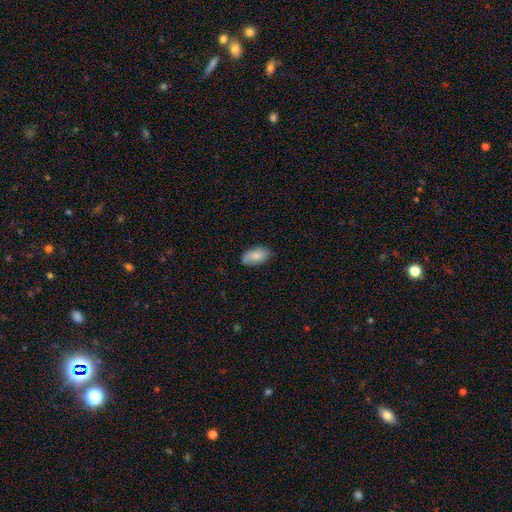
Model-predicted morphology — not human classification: smooth 80%, featured or disk 13%, star or artifact 7%. Down the decision tree: how rounded — in between (94%); merging — none (75%).